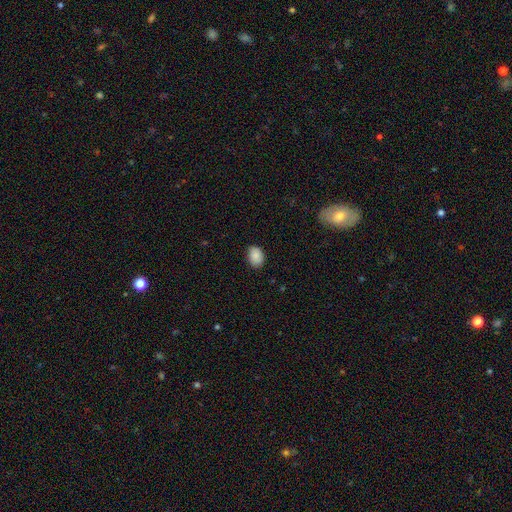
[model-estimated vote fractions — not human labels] smooth-or-featured: smooth: 87% | star or artifact: 8% | featured or disk: 6%
  how-rounded: in between: 75% | round: 24% | cigar-shaped: 1%
  merging: none: 85% | minor disturbance: 12% | major disturbance: 2% | merger: 1%